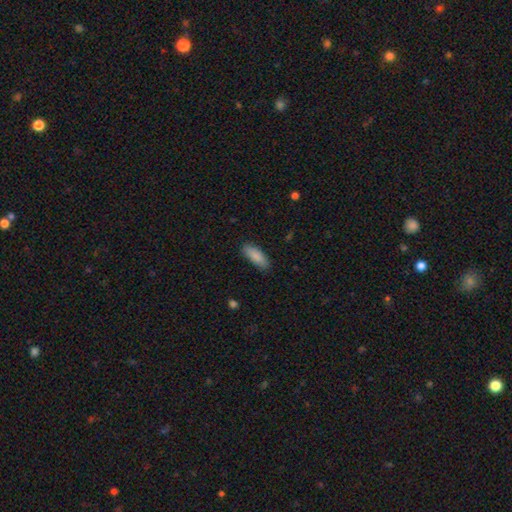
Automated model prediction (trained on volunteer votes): Smooth or featured?
  - smooth: 88% *
  - featured or disk: 6%
  - star or artifact: 6%
How rounded?
  - in between: 67% *
  - cigar-shaped: 31%
  - round: 2%
Merging?
  - none: 86% *
  - minor disturbance: 11%
  - major disturbance: 2%
  - merger: 1%